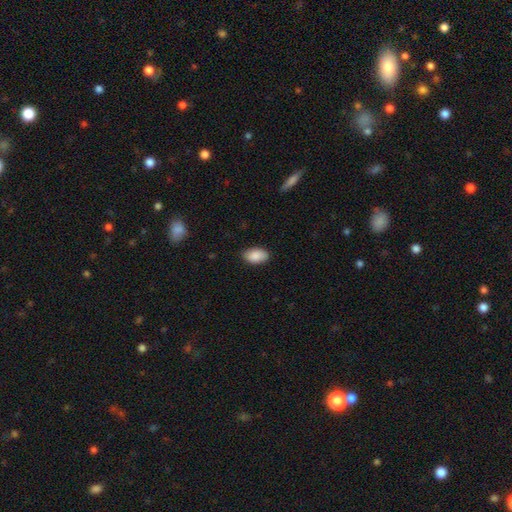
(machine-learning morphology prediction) Smooth or featured? smooth (89%)
How rounded? in between (94%)
Merging? none (86%)